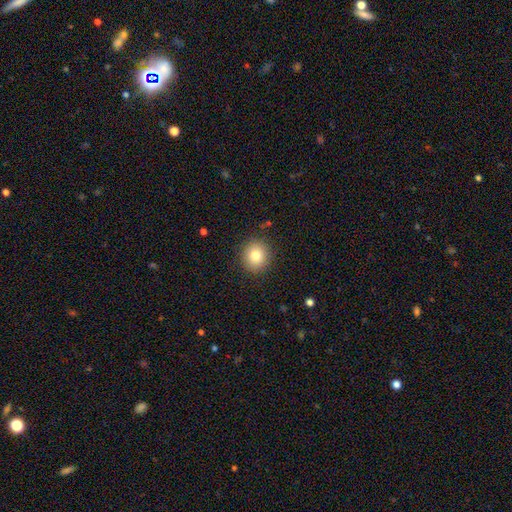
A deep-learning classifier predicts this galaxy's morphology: Overall: smooth (81%). How rounded: round (88%). Merging: none (89%).